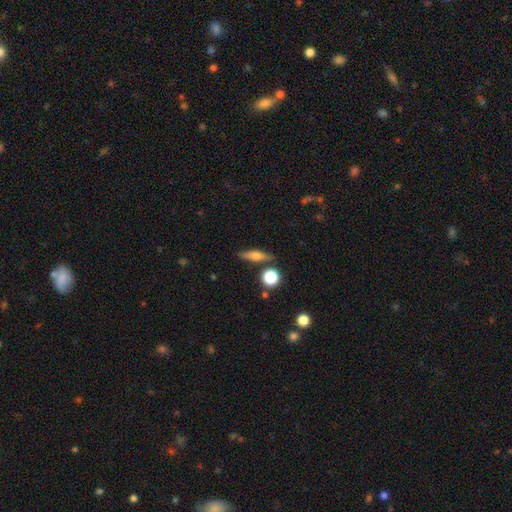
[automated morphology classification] A smooth galaxy with no disk features (51%) that is cigar-shaped (62%). Merging: none (82%).